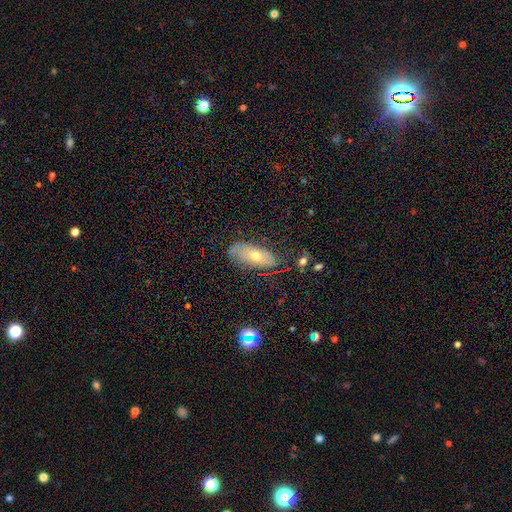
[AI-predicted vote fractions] The model was most divided on "smooth or featured": featured or disk: 46%, smooth: 43%, star or artifact: 11%. More confident: merging — none (67%).